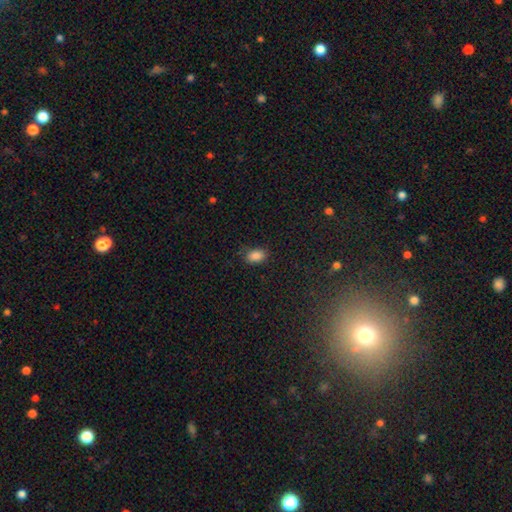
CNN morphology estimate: Smooth or featured: smooth — 86% (star or artifact — 10%)
How rounded: in between — 87% (round — 12%)
Merging: none — 77% (minor disturbance — 18%)